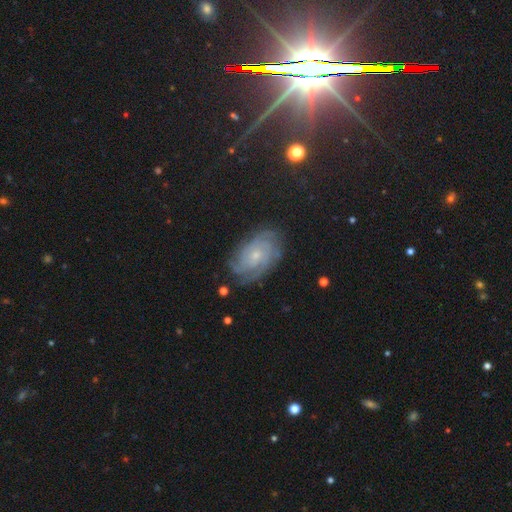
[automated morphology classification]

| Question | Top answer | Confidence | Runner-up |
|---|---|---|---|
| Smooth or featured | featured or disk | 71% | star or artifact (16%) |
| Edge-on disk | no | 96% | yes (4%) |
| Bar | no | 75% | weak (20%) |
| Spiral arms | yes | 96% | no (4%) |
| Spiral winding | tight | 73% | medium (22%) |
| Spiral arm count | can't tell | 35% | 4 (18%) |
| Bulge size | small | 73% | moderate (22%) |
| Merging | none | 81% | minor disturbance (14%) |